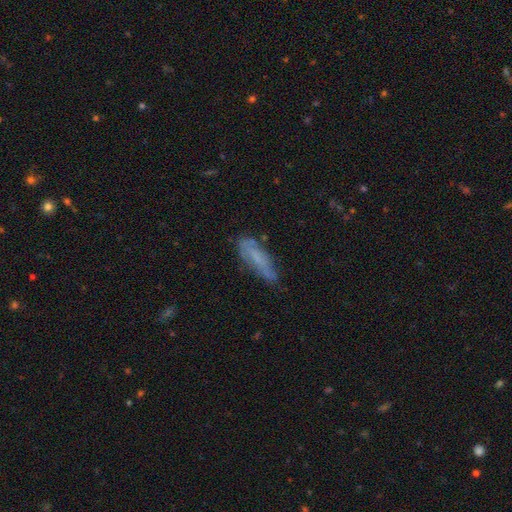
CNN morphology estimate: Smooth or featured?
  - smooth: 50% *
  - featured or disk: 41%
  - star or artifact: 9%
How rounded?
  - cigar-shaped: 54% *
  - in between: 44%
  - round: 2%
Merging?
  - none: 55% *
  - minor disturbance: 30%
  - major disturbance: 12%
  - merger: 4%